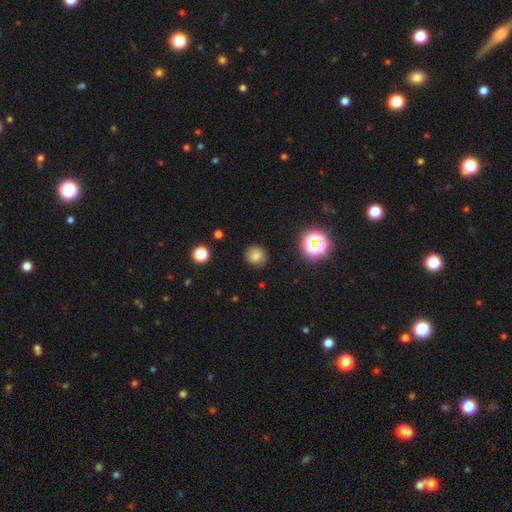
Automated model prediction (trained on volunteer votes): Overall: smooth (77%). How rounded: round (90%). Merging: none (87%).